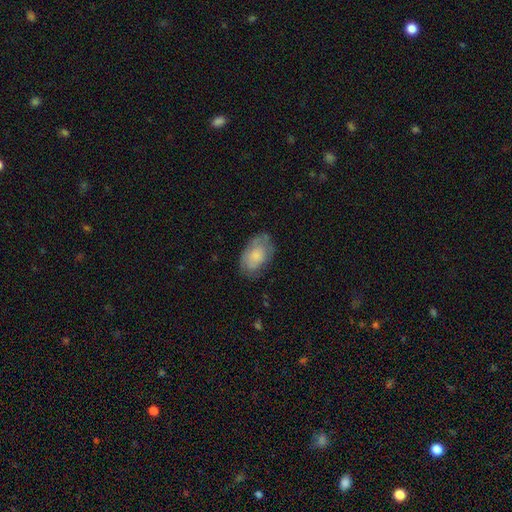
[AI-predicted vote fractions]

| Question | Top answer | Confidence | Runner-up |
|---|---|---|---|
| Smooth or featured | smooth | 69% | featured or disk (24%) |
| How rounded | in between | 91% | round (8%) |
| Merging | none | 62% | minor disturbance (27%) |